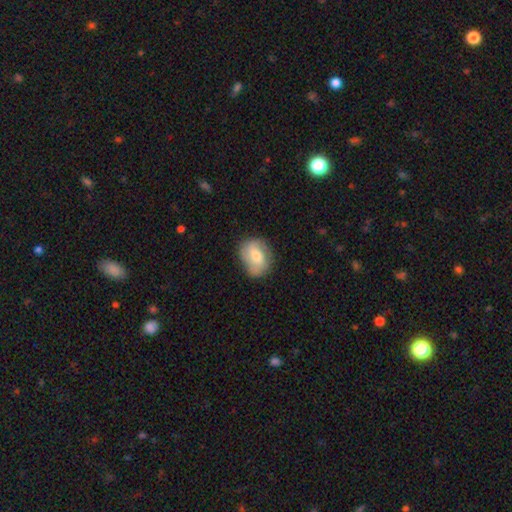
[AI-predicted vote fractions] This appears to be a smooth galaxy with no disk features (54%) that is in between round and cigar-shaped (58%). Merging: none (63%).